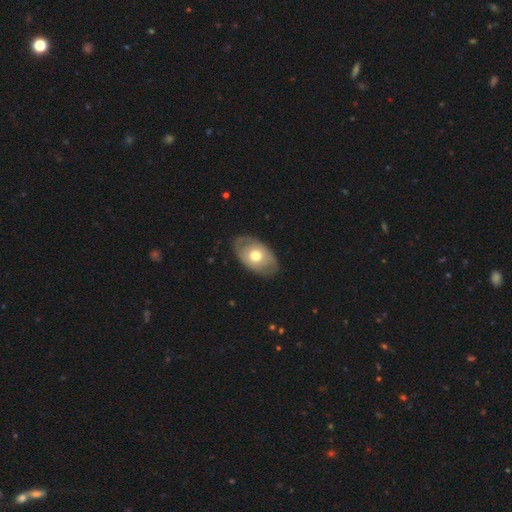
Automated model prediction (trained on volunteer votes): This appears to be a smooth galaxy with no disk features (53%) that is in between round and cigar-shaped (88%). Merging: none (80%).